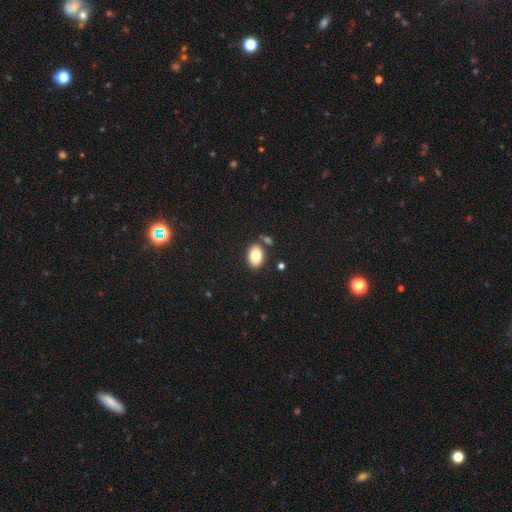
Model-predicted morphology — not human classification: Overall: smooth (82%). How rounded: in between (84%). Merging: none (79%).